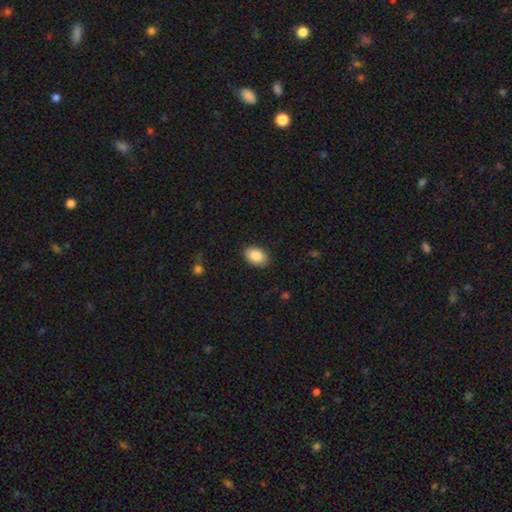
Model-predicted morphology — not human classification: The model was most divided on "how rounded": in between: 87%, round: 12%, cigar-shaped: 1%. More confident: smooth or featured — smooth (89%); merging — none (88%).